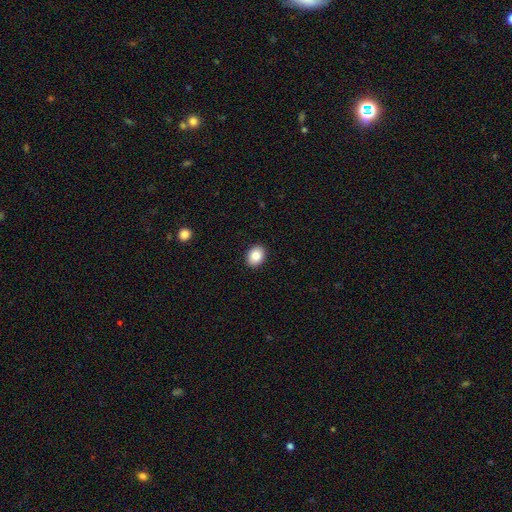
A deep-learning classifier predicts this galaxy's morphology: type=smooth (85%); roundness=in between (60%); merging=none (91%).